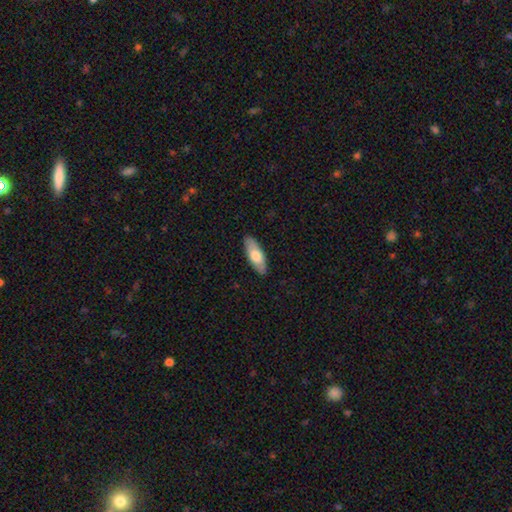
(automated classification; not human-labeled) The model was most divided on "how rounded": in between: 70%, cigar-shaped: 28%, round: 2%. More confident: merging — none (88%); smooth or featured — smooth (71%).